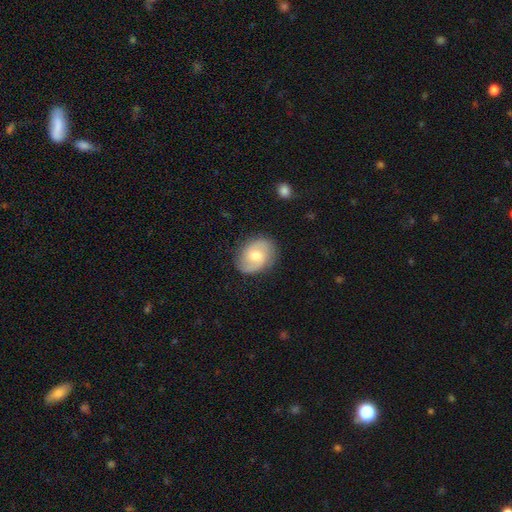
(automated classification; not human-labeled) Q: Smooth or featured?
A: featured or disk (56%); runner-up: smooth (38%)
Q: Edge-on disk?
A: no (96%); runner-up: yes (4%)
Q: Bar?
A: no (55%); runner-up: weak (38%)
Q: Spiral arms?
A: yes (81%); runner-up: no (19%)
Q: Bulge size?
A: moderate (73%); runner-up: small (19%)
Q: Merging?
A: none (81%); runner-up: minor disturbance (14%)